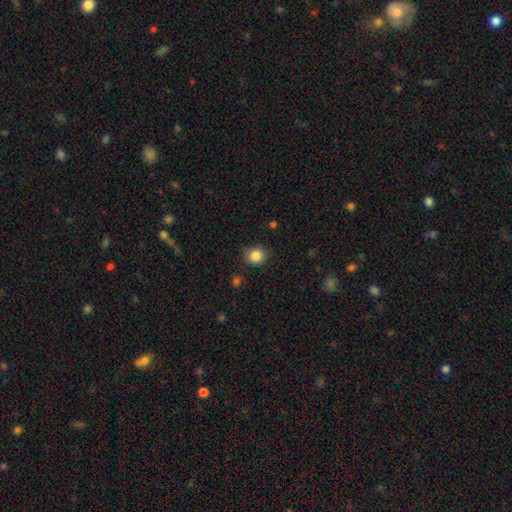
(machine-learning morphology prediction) The model was most divided on "how rounded": round: 84%, in between: 15%, cigar-shaped: 1%. More confident: smooth or featured — smooth (85%); merging — none (84%).